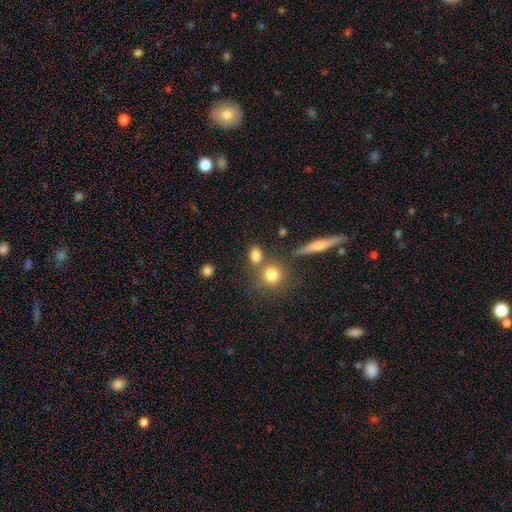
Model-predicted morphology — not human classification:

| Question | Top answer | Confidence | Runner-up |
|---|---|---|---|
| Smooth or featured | smooth | 79% | star or artifact (12%) |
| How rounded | in between | 57% | round (37%) |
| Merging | none | 63% | merger (21%) |